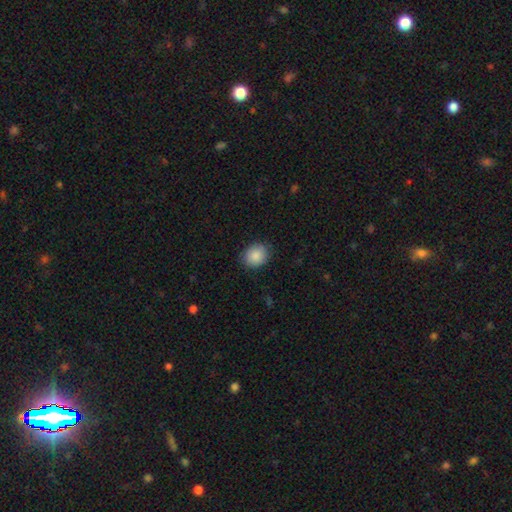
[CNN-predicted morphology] Q: Smooth or featured?
A: smooth (88%); runner-up: star or artifact (8%)
Q: How rounded?
A: round (62%); runner-up: in between (37%)
Q: Merging?
A: none (86%); runner-up: minor disturbance (10%)